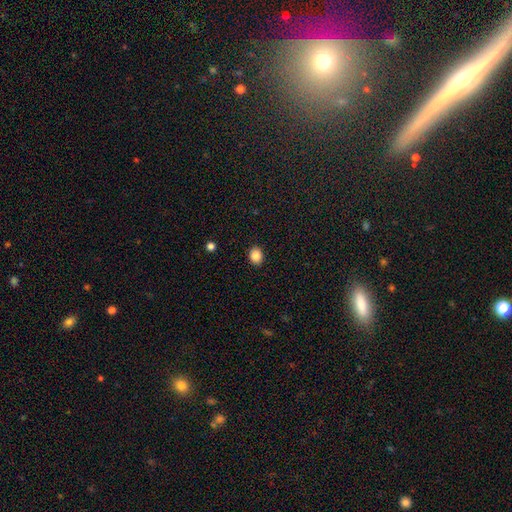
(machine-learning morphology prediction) type=smooth (86%); roundness=round (53%); merging=none (91%).